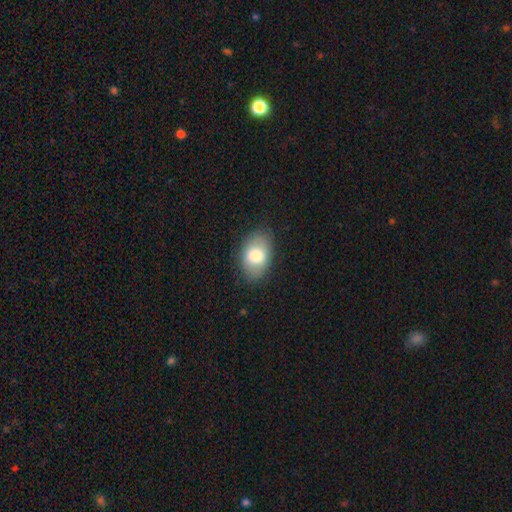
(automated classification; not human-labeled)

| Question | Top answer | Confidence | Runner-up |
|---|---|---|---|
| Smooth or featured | smooth | 77% | featured or disk (16%) |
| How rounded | in between | 88% | round (11%) |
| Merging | none | 82% | minor disturbance (13%) |